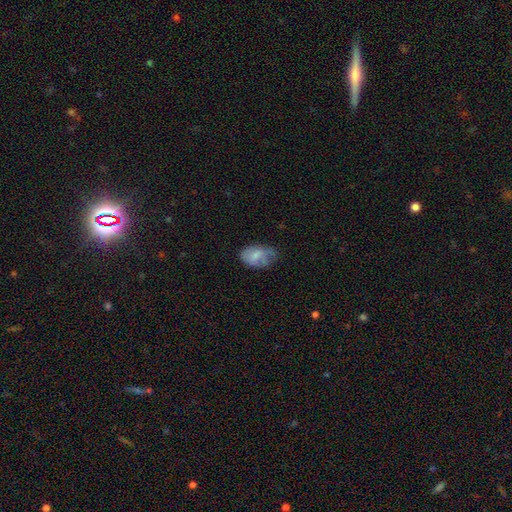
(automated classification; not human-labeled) This is likely a smooth galaxy (64%). How rounded: clearly in between (87%). Merging: marginally none (44%).